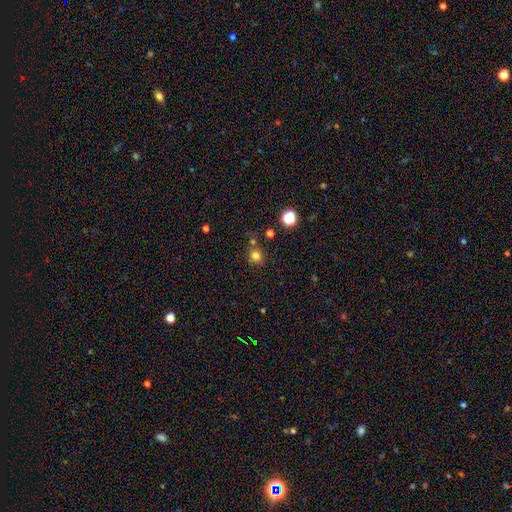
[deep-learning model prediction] smooth_or_featured: smooth (p=0.75) [alt: star or artifact p=0.18]
how_rounded: round (p=0.79) [alt: in between p=0.20]
merging: none (p=0.72) [alt: minor disturbance p=0.13]